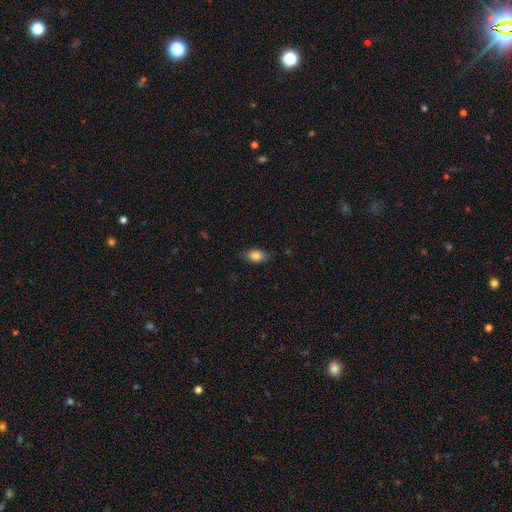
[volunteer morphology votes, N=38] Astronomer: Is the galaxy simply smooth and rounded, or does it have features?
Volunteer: smooth — 95%.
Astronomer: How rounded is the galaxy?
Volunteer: in between — 86%.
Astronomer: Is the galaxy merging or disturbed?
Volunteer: none — 70%.